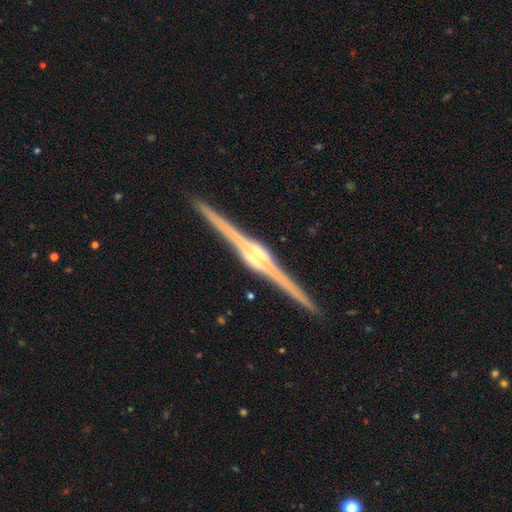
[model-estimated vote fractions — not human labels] Smooth or featured? featured or disk (89%)
Edge-on disk? yes (98%)
Edge-on bulge? rounded (62%)
Merging? none (89%)